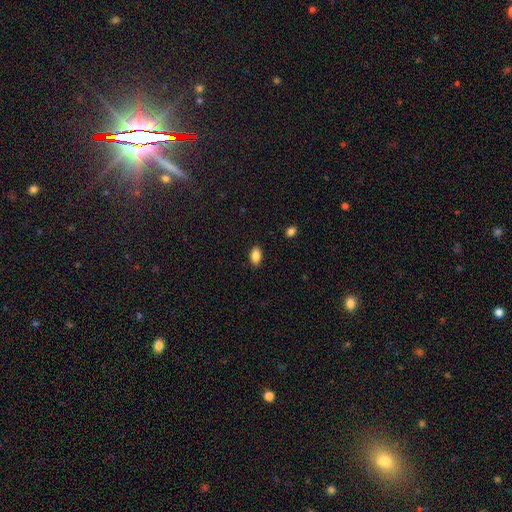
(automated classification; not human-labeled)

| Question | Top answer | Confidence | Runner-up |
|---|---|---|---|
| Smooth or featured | smooth | 87% | star or artifact (8%) |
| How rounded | in between | 91% | round (7%) |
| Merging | none | 89% | minor disturbance (8%) |